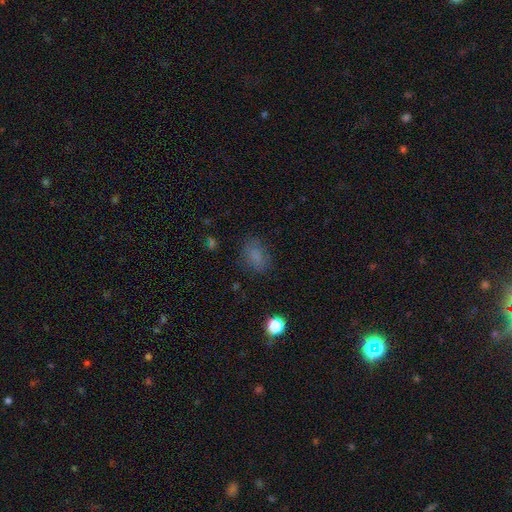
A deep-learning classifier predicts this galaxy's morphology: smooth-or-featured: smooth: 76% | star or artifact: 16% | featured or disk: 8%
  how-rounded: in between: 73% | round: 26% | cigar-shaped: 2%
  merging: none: 75% | minor disturbance: 16% | major disturbance: 7% | merger: 2%